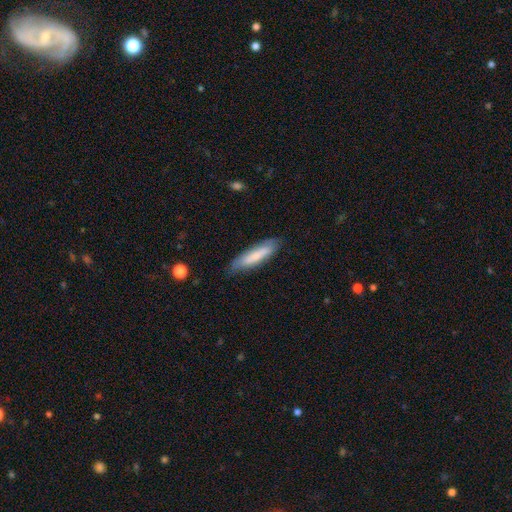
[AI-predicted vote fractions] Smooth or featured: smooth — 70% (featured or disk — 24%)
How rounded: cigar-shaped — 76% (in between — 22%)
Merging: none — 81% (minor disturbance — 15%)